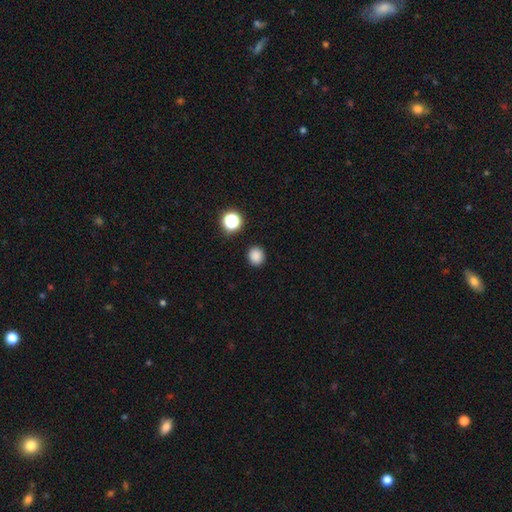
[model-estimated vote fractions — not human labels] smooth 85%, star or artifact 12%, featured or disk 3%. Down the decision tree: how rounded — round (83%); merging — none (90%).